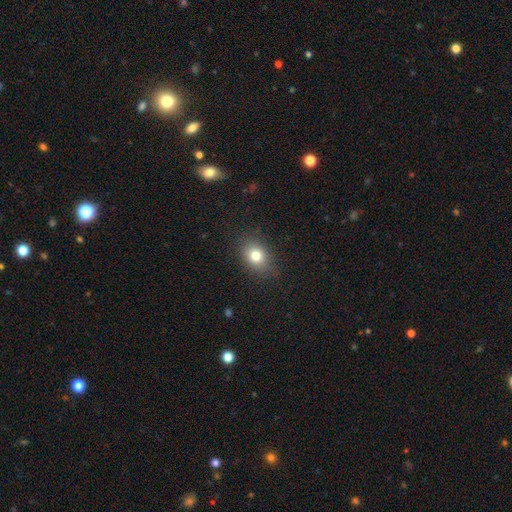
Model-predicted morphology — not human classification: smooth-or-featured: smooth: 78% | star or artifact: 12% | featured or disk: 10%
  how-rounded: in between: 54% | round: 45% | cigar-shaped: 1%
  merging: none: 85% | minor disturbance: 11% | major disturbance: 3% | merger: 1%